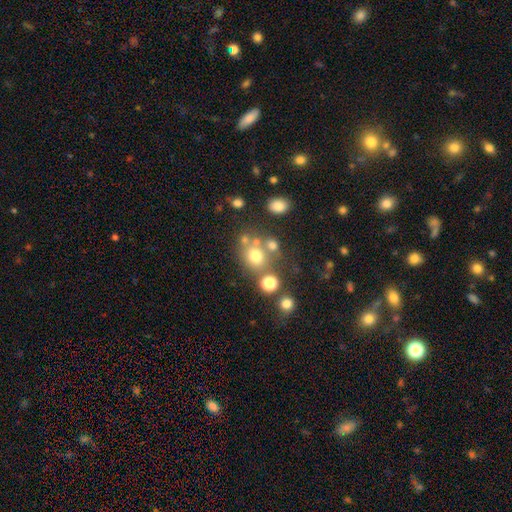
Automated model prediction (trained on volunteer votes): Smooth or featured?
  - smooth: 66% *
  - star or artifact: 19%
  - featured or disk: 15%
How rounded?
  - round: 74% *
  - in between: 25%
  - cigar-shaped: 1%
Merging?
  - none: 57% *
  - merger: 24%
  - minor disturbance: 12%
  - major disturbance: 6%